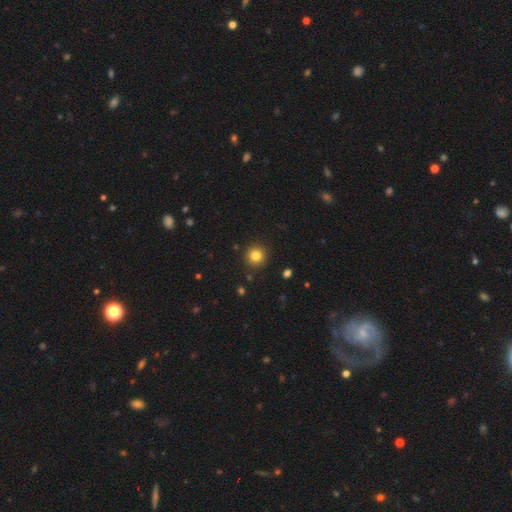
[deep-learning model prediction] Smooth or featured? smooth (82%)
How rounded? round (95%)
Merging? none (91%)